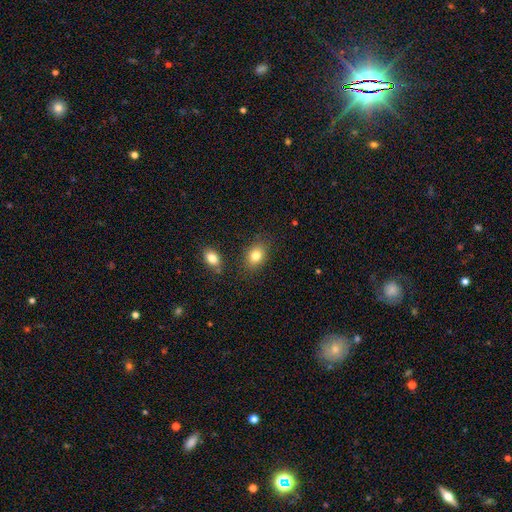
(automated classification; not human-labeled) Q: Smooth or featured?
A: smooth (81%); runner-up: star or artifact (9%)
Q: How rounded?
A: in between (73%); runner-up: round (25%)
Q: Merging?
A: none (81%); runner-up: minor disturbance (12%)